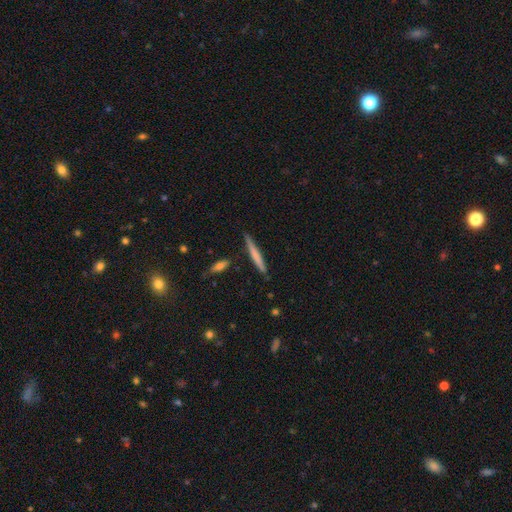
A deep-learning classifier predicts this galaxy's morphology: Smooth or featured?
  - smooth: 61% *
  - featured or disk: 33%
  - star or artifact: 6%
How rounded?
  - cigar-shaped: 95% *
  - in between: 3%
  - round: 1%
Merging?
  - none: 84% *
  - minor disturbance: 11%
  - merger: 3%
  - major disturbance: 2%